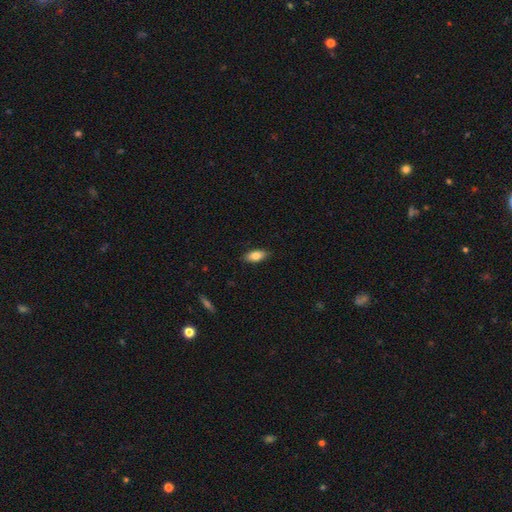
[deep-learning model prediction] Smooth or featured? Predicted: smooth (p=0.81). How rounded? Predicted: in between (p=0.85). Merging? Predicted: none (p=0.88).